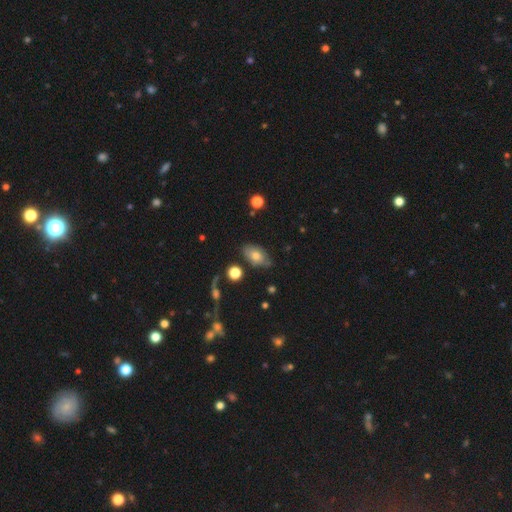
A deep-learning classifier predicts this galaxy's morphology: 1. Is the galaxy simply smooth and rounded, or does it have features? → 65% smooth, 26% featured or disk, 10% star or artifact.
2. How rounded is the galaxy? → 88% in between, 9% round, 2% cigar-shaped.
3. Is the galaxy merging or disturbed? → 66% none, 24% minor disturbance, 6% major disturbance, 4% merger.